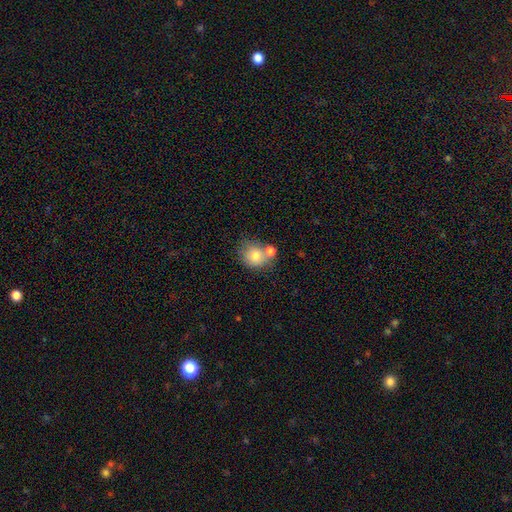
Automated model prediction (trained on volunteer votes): smooth_or_featured: smooth (p=0.76) [alt: featured or disk p=0.14]
how_rounded: round (p=0.76) [alt: in between p=0.23]
merging: none (p=0.48) [alt: merger p=0.35]